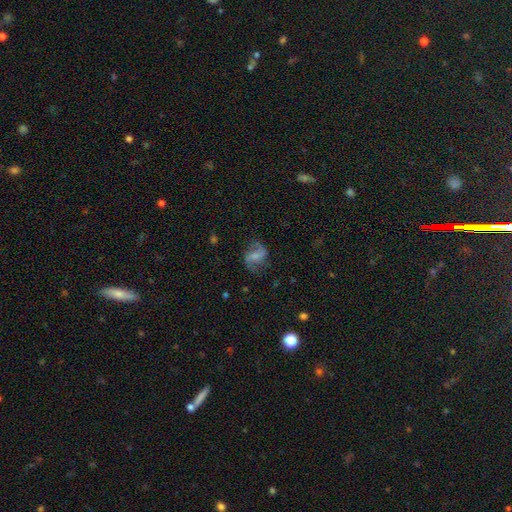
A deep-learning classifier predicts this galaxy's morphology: This is likely a featured or disk galaxy (71%). It is clearly not viewed edge-on (97%). Bar: possibly weak (47%). Spiral arm pattern: clearly yes (92%). Spiral arm count: clearly 2 (90%). Spiral winding: possibly loose (54%). Central bulge: marginally none (34%, tied with small). Merging: likely none (70%).